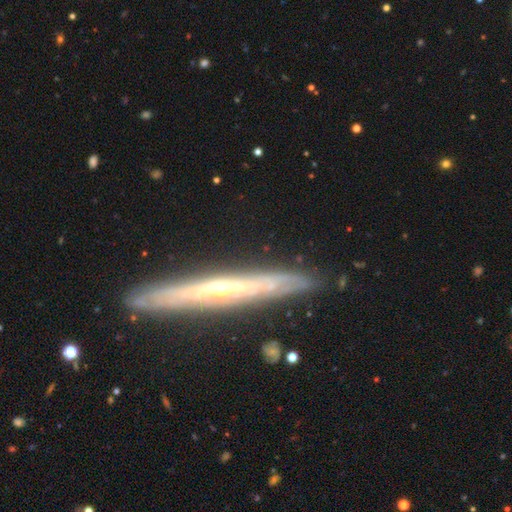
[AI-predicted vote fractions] This appears to be a featured or disk galaxy (79%) viewed edge-on (90%) with a rounded central bulge (65%). Merging: none (87%).